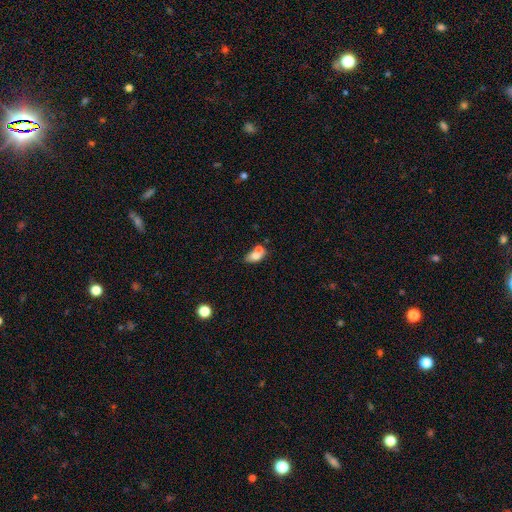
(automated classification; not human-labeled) Morphology: type=smooth (70%); roundness=in between (79%); merging=merger (50%).